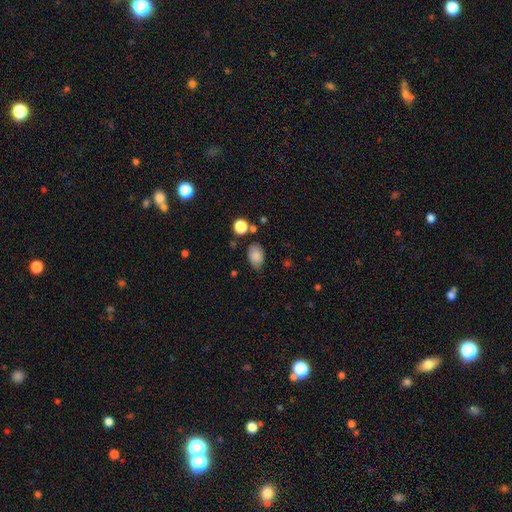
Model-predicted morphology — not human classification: This appears to be a smooth galaxy with no disk features (84%) that is in between round and cigar-shaped (86%). Merging: none (68%).